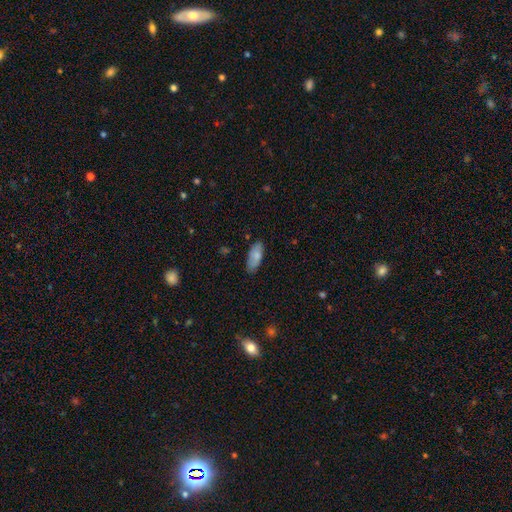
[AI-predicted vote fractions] This appears to be a smooth galaxy with no disk features (80%) that is in between round and cigar-shaped (82%). Merging: none (79%).